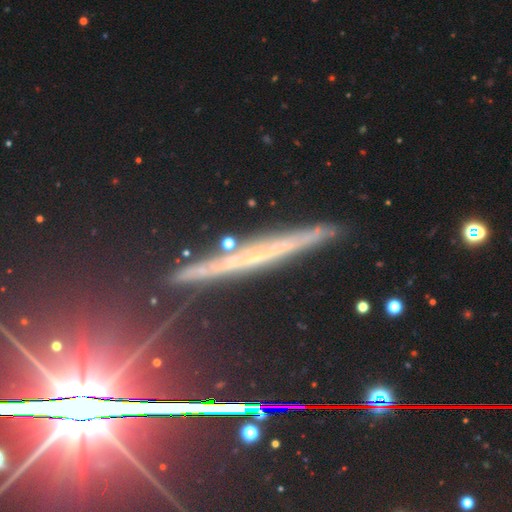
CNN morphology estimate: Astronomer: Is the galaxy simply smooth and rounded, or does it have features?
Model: featured or disk — 50% (runner-up: smooth, 25%).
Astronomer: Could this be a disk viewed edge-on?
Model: yes — 91%.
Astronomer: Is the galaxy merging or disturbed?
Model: none — 84%.